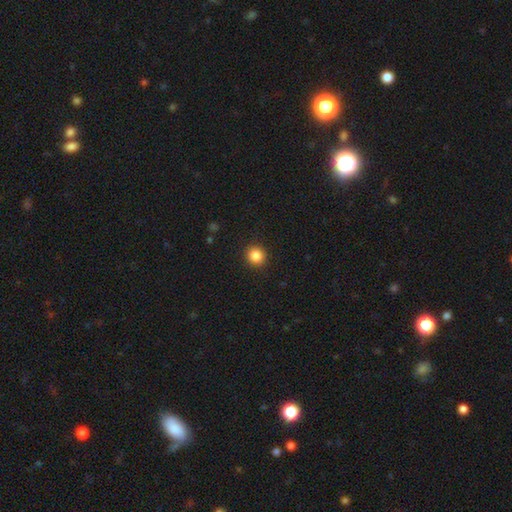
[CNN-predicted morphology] Overall: smooth (86%). How rounded: round (92%). Merging: none (92%).